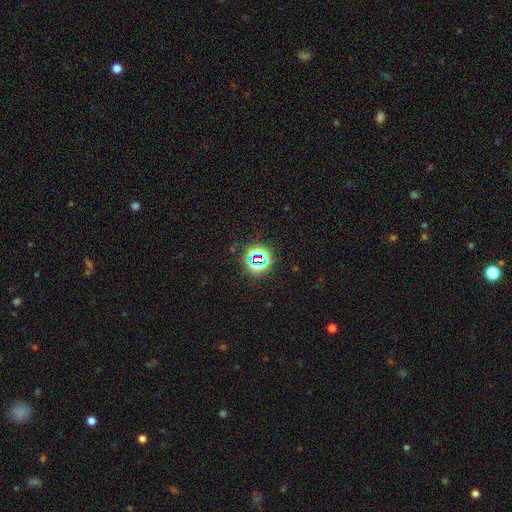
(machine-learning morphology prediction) A star or artifact, not a galaxy (72%).

Vote fractions:
- Smooth or featured? star or artifact: 72% / smooth: 18% / featured or disk: 10%